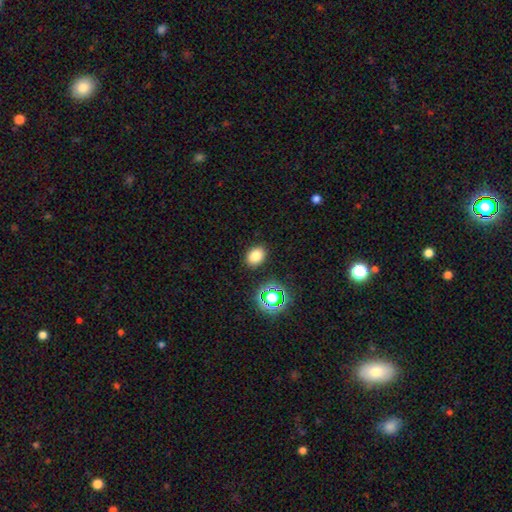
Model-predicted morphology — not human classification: A smooth galaxy with no disk features (78%) that is in between round and cigar-shaped (62%). Merging: none (87%).